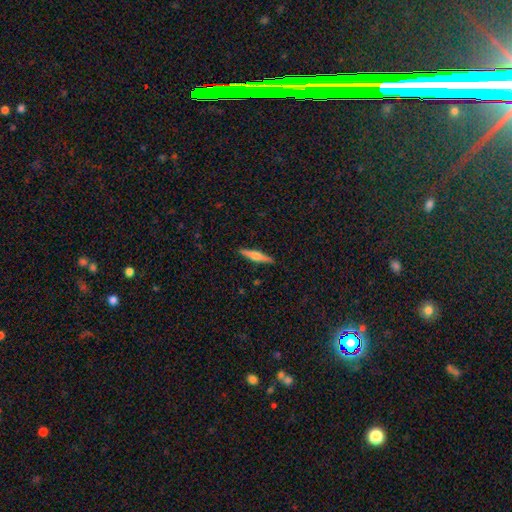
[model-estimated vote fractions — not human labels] The model was most divided on "smooth or featured": featured or disk: 54%, smooth: 40%, star or artifact: 6%. More confident: edge-on disk — yes (97%); merging — none (91%); edge-on bulge — rounded (83%).